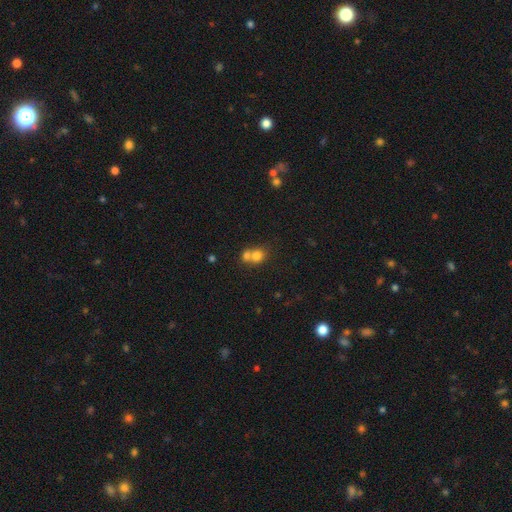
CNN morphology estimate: smooth-or-featured: smooth: 75% | featured or disk: 13% | star or artifact: 11%
  how-rounded: round: 75% | in between: 24% | cigar-shaped: 1%
  merging: merger: 60% | none: 31% | minor disturbance: 6% | major disturbance: 3%